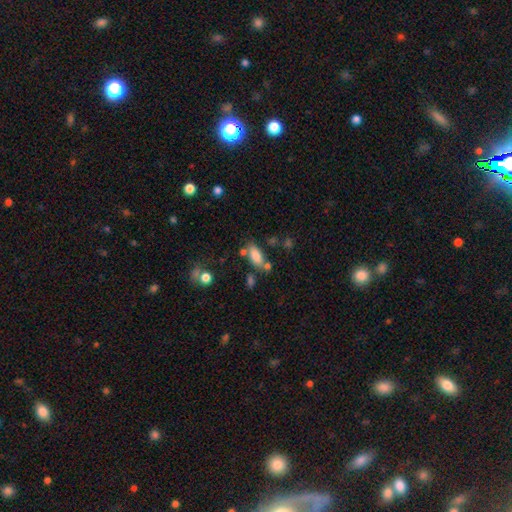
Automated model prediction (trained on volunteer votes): Smooth or featured? Predicted: smooth (p=0.81). How rounded? Predicted: in between (p=0.83). Merging? Predicted: none (p=0.62).